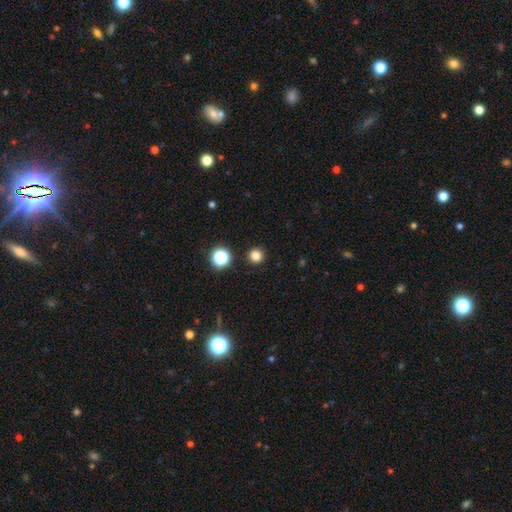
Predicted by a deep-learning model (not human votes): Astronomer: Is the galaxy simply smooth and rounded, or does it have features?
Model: smooth — 81%.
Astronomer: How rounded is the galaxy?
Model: round — 95%.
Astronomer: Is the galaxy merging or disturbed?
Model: none — 92%.